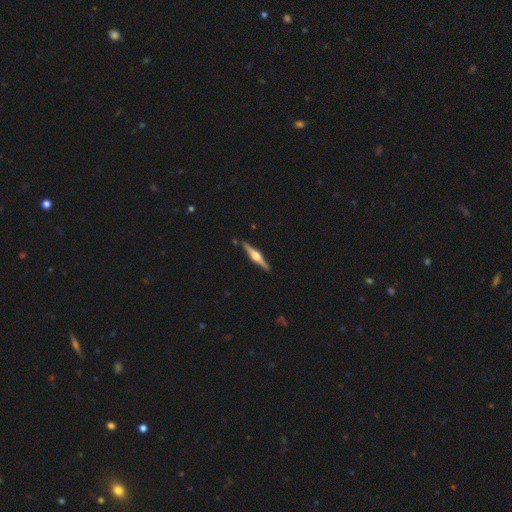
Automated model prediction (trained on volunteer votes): This is likely a featured or disk galaxy (79%). It is clearly viewed edge-on (98%). Edge-on bulge: clearly rounded (90%). Merging: clearly none (90%).